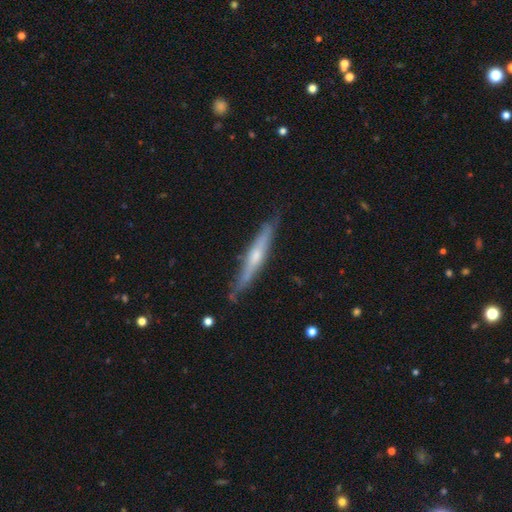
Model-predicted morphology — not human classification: This is likely a featured or disk galaxy (61%). It is clearly viewed edge-on (92%). Edge-on bulge: likely rounded (68%). Merging: likely none (79%).